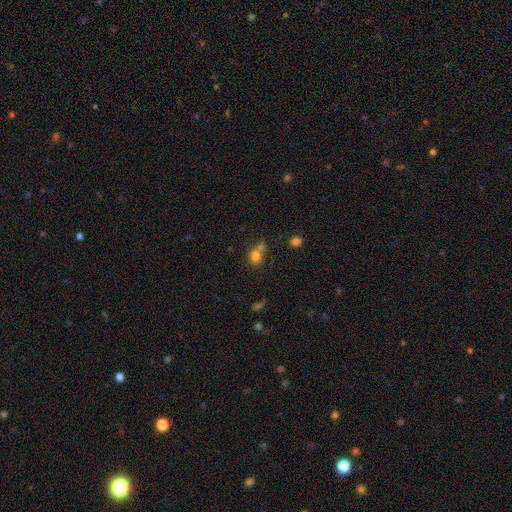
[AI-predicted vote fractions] Q: Smooth or featured?
A: smooth (76%); runner-up: star or artifact (14%)
Q: How rounded?
A: round (68%); runner-up: in between (31%)
Q: Merging?
A: none (45%); runner-up: merger (41%)